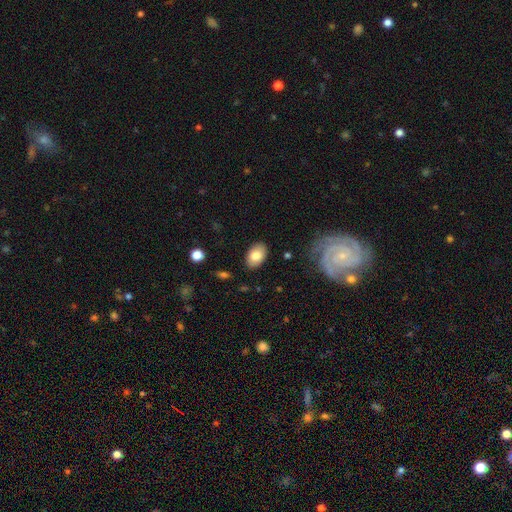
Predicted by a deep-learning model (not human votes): Morphology: type=smooth (80%); roundness=in between (90%); merging=none (86%).